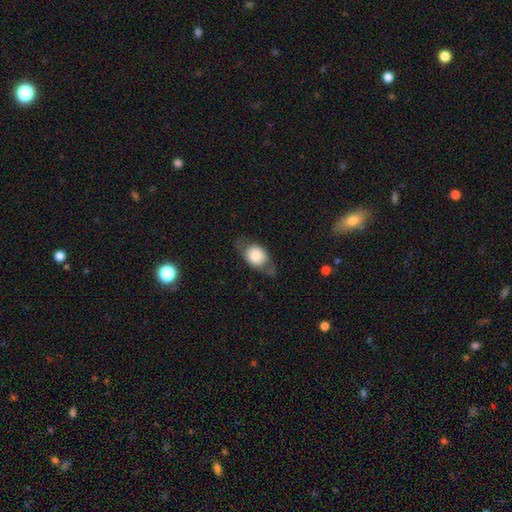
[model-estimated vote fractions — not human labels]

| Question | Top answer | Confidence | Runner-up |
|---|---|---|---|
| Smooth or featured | smooth | 64% | featured or disk (29%) |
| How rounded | in between | 56% | round (42%) |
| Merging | none | 65% | minor disturbance (21%) |